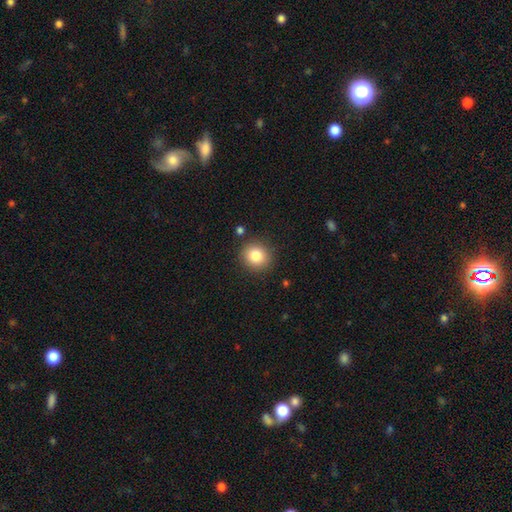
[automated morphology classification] Smooth or featured?
  - smooth: 82% *
  - star or artifact: 10%
  - featured or disk: 7%
How rounded?
  - round: 86% *
  - in between: 13%
  - cigar-shaped: 1%
Merging?
  - none: 87% *
  - minor disturbance: 8%
  - merger: 3%
  - major disturbance: 3%